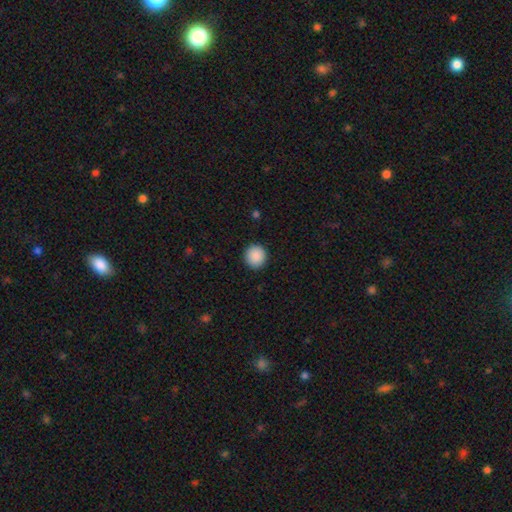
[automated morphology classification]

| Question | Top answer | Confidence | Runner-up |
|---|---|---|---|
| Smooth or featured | smooth | 90% | star or artifact (8%) |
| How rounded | round | 95% | in between (4%) |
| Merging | none | 93% | minor disturbance (5%) |